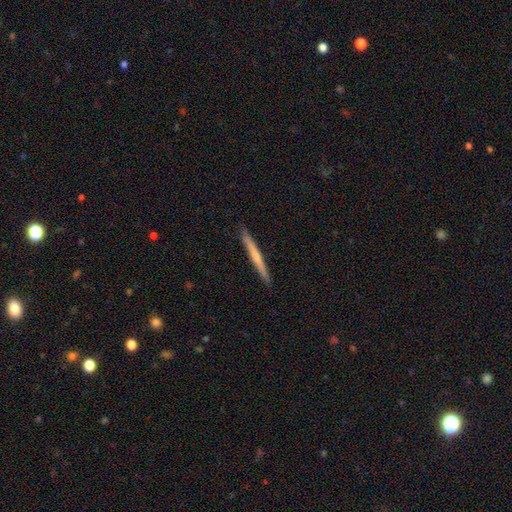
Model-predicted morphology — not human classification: smooth_or_featured: smooth (p=0.53) [alt: featured or disk p=0.42]
how_rounded: cigar-shaped (p=0.97) [alt: in between p=0.02]
merging: none (p=0.92) [alt: minor disturbance p=0.06]